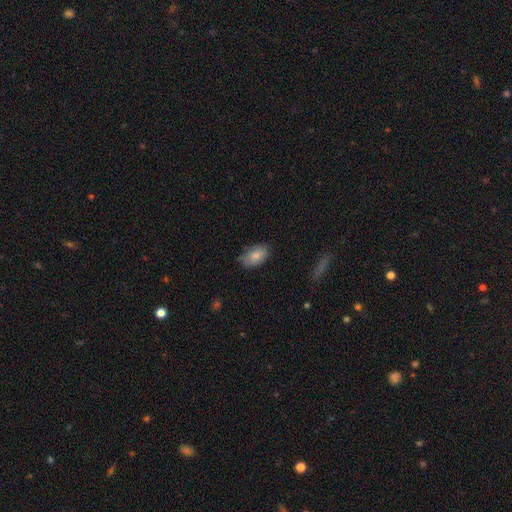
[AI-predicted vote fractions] Smooth or featured: smooth — 81% (featured or disk — 12%)
How rounded: in between — 92% (round — 6%)
Merging: none — 69% (minor disturbance — 25%)